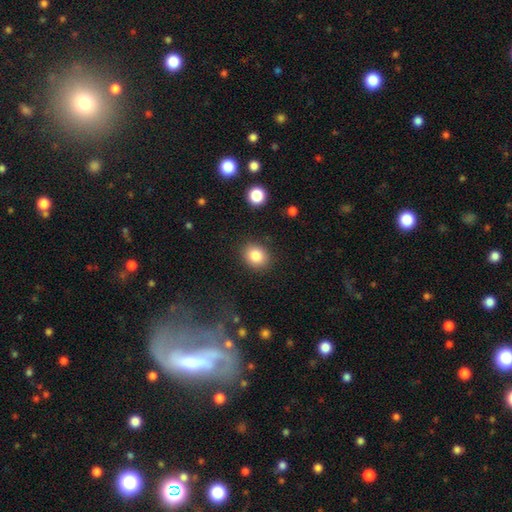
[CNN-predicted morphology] A smooth galaxy with no disk features (84%) that is round (63%).

Vote fractions:
- Smooth or featured? smooth: 84% / star or artifact: 9% / featured or disk: 7%
- How rounded? round: 63% / in between: 36% / cigar-shaped: 1%
- Merging? none: 88% / minor disturbance: 8% / major disturbance: 3% / merger: 2%